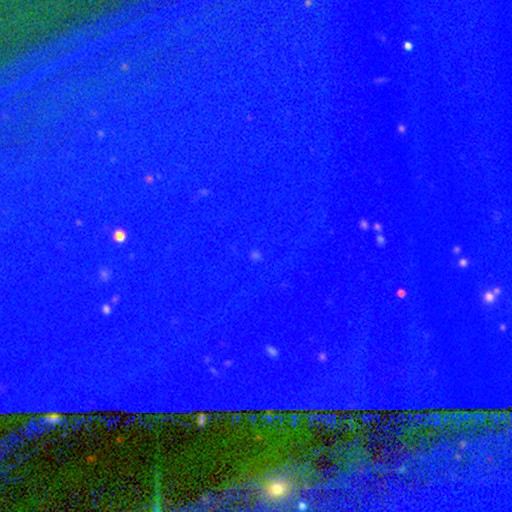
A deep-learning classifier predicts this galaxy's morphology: smooth_or_featured: star or artifact (p=0.87) [alt: featured or disk p=0.07]